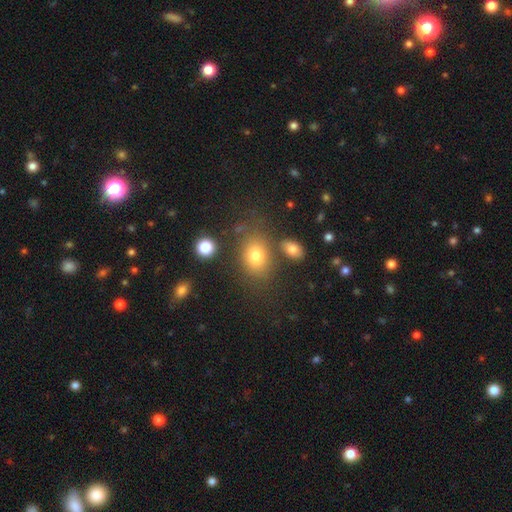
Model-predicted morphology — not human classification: This appears to be a smooth galaxy with no disk features (76%) that is in between round and cigar-shaped (66%). Merging: none (70%).